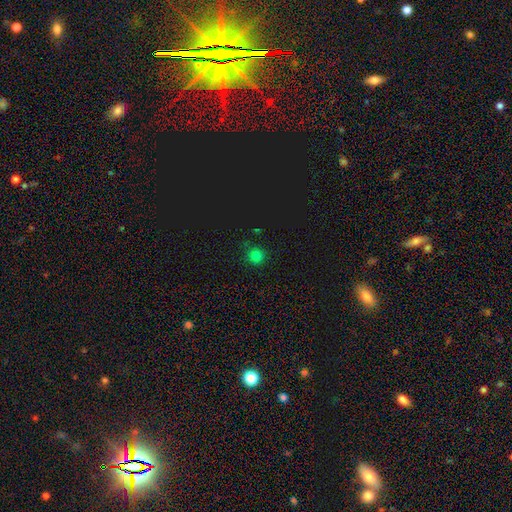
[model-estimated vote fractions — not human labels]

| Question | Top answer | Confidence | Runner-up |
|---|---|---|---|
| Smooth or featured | smooth | 73% | star or artifact (23%) |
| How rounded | round | 93% | in between (6%) |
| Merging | none | 86% | minor disturbance (9%) |